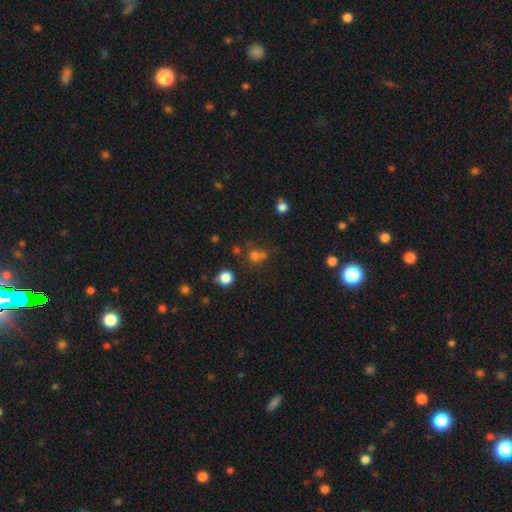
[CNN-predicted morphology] smooth_or_featured: smooth (p=0.65) [alt: star or artifact p=0.25]
how_rounded: round (p=0.79) [alt: in between p=0.19]
merging: none (p=0.52) [alt: merger p=0.30]